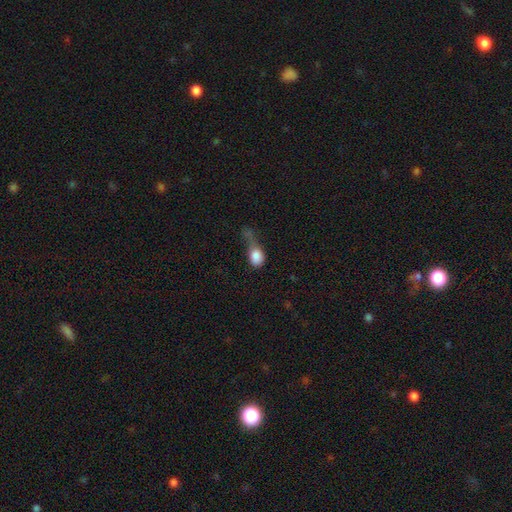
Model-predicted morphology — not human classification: This is likely a smooth galaxy (80%). How rounded: likely in between (61%). Merging: possibly major disturbance (46%).